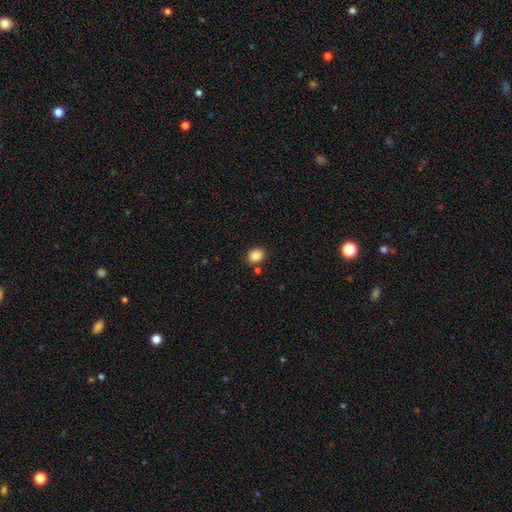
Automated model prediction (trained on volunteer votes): This is clearly a smooth galaxy (88%). How rounded: possibly round (55%). Merging: clearly none (83%).